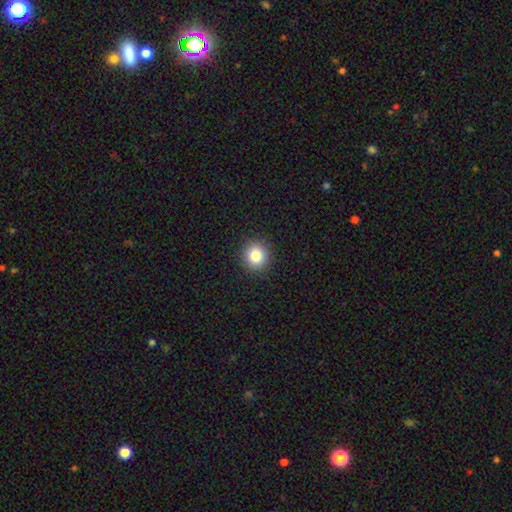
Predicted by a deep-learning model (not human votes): This is clearly a smooth galaxy (82%). How rounded: clearly round (90%). Merging: clearly none (92%).